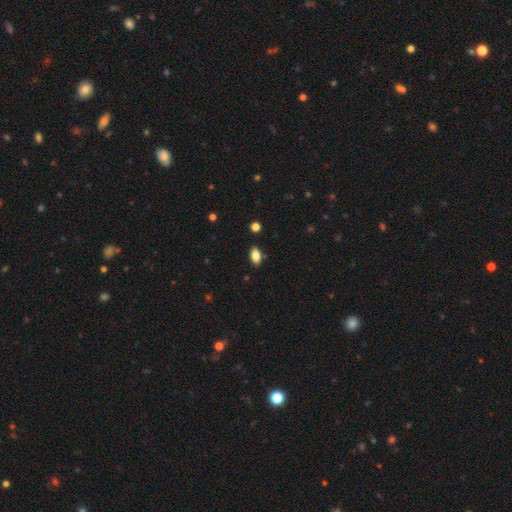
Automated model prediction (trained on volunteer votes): This appears to be a smooth galaxy with no disk features (84%) that is in between round and cigar-shaped (91%). Merging: none (86%).